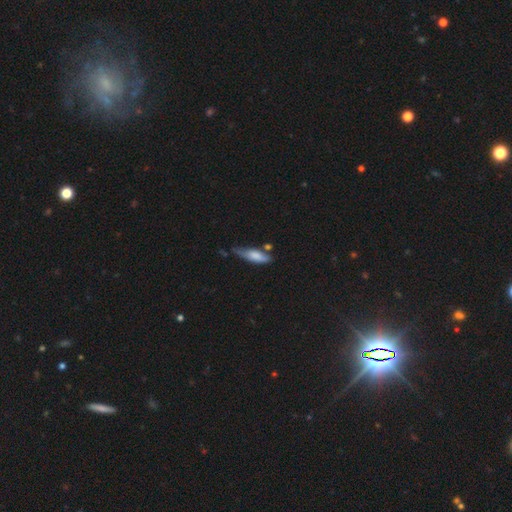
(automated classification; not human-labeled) Smooth or featured: smooth — 70% (featured or disk — 23%)
How rounded: in between — 50% (cigar-shaped — 48%)
Merging: none — 41% (minor disturbance — 37%)